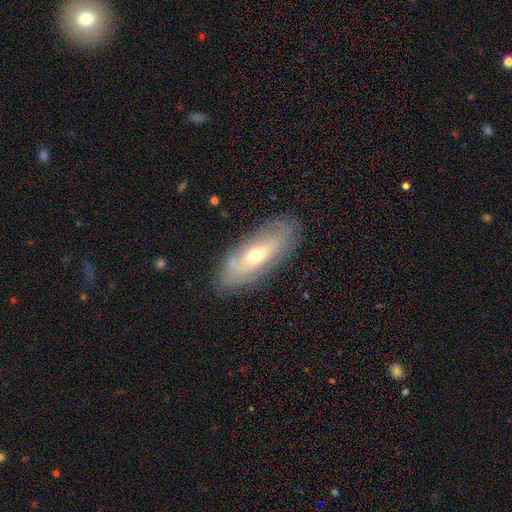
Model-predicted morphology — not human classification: Smooth or featured?
  - featured or disk: 54% *
  - smooth: 39%
  - star or artifact: 7%
Edge-on disk?
  - no: 73% *
  - yes: 27%
Merging?
  - none: 80% *
  - minor disturbance: 14%
  - major disturbance: 4%
  - merger: 1%